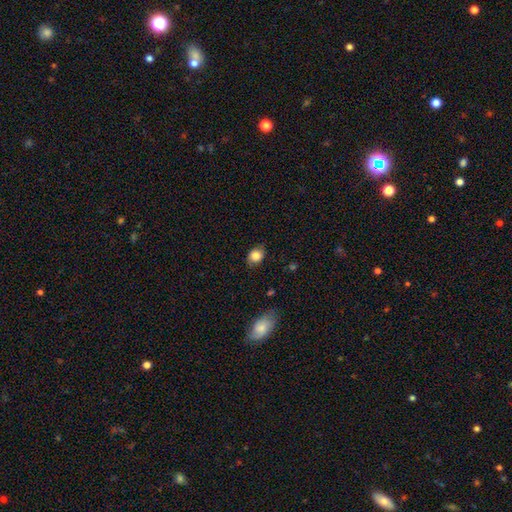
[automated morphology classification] Smooth or featured: smooth — 83% (featured or disk — 9%)
How rounded: in between — 59% (round — 39%)
Merging: none — 79% (minor disturbance — 16%)